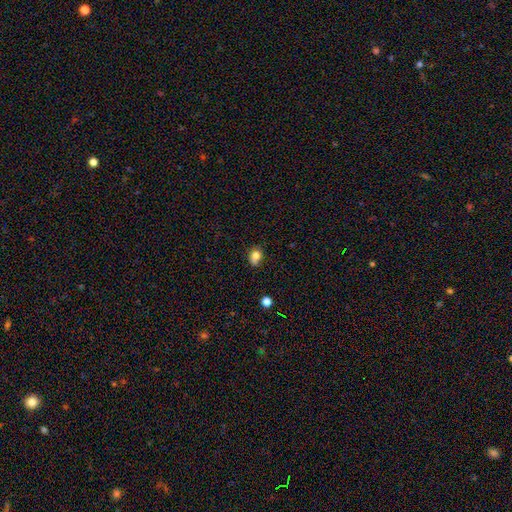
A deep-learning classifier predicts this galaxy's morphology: Smooth or featured? Predicted: smooth (p=0.77). How rounded? Predicted: round (p=0.56). Merging? Predicted: none (p=0.54).